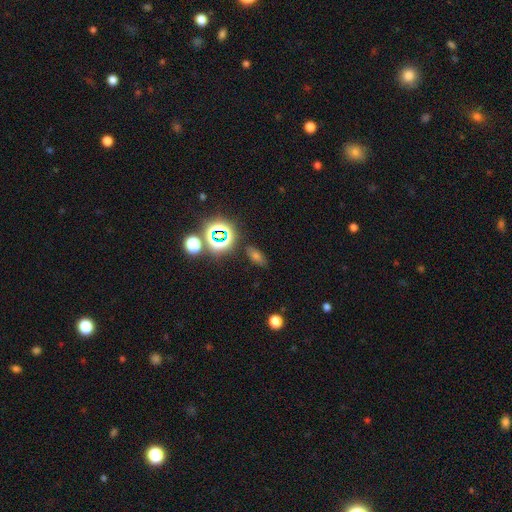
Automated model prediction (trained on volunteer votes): This is possibly a smooth galaxy (46%). Merging: clearly none (81%).